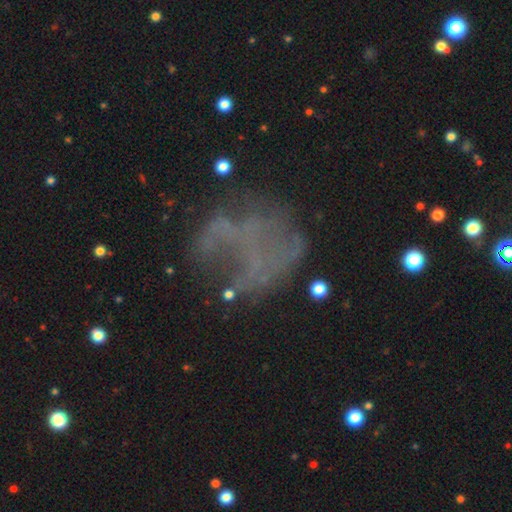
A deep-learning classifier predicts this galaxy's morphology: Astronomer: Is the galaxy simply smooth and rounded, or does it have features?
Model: featured or disk — 47% (runner-up: star or artifact, 27%).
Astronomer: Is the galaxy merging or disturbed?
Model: none — 44% (runner-up: major disturbance, 33%).